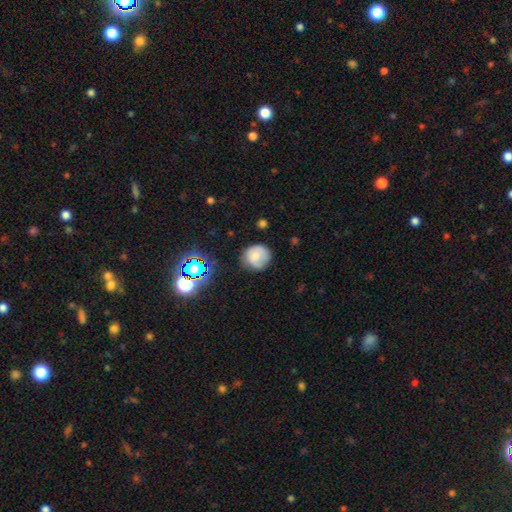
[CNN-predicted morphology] Q: Smooth or featured?
A: smooth (72%); runner-up: featured or disk (18%)
Q: How rounded?
A: round (87%); runner-up: in between (12%)
Q: Merging?
A: none (73%); runner-up: minor disturbance (20%)